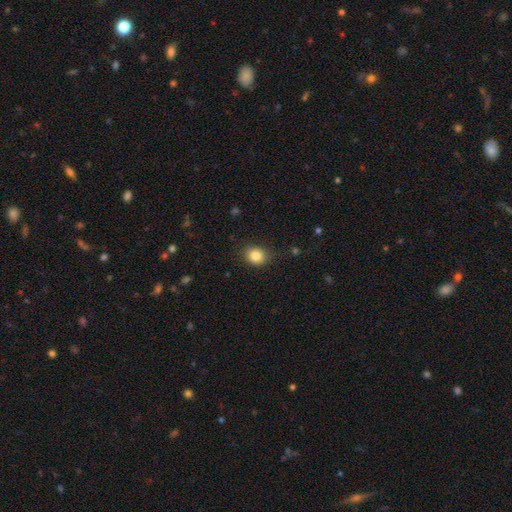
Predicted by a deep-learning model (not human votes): The model was most divided on "how rounded": round: 63%, in between: 36%, cigar-shaped: 1%. More confident: smooth or featured — smooth (84%); merging — none (82%).